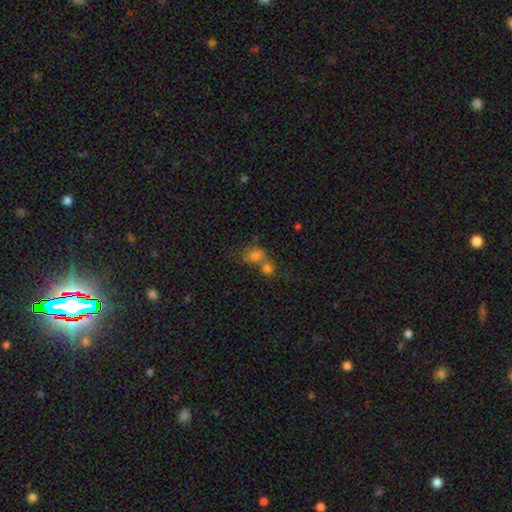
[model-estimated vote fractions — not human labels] Smooth or featured? smooth (75%)
How rounded? round (53%)
Merging? merger (58%)